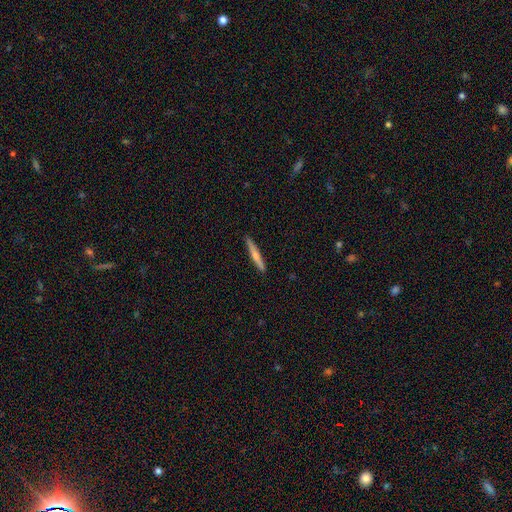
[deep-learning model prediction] Smooth or featured?
  - smooth: 51% *
  - featured or disk: 44%
  - star or artifact: 6%
How rounded?
  - cigar-shaped: 95% *
  - in between: 4%
  - round: 2%
Merging?
  - none: 91% *
  - minor disturbance: 7%
  - major disturbance: 1%
  - merger: 1%